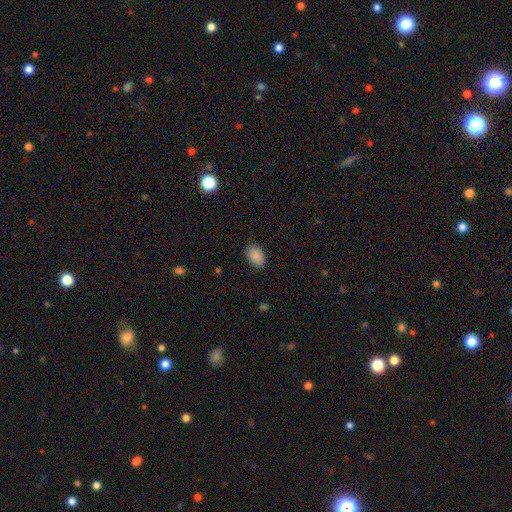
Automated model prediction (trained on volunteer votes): Morphology: type=smooth (89%); roundness=in between (86%); merging=none (86%).